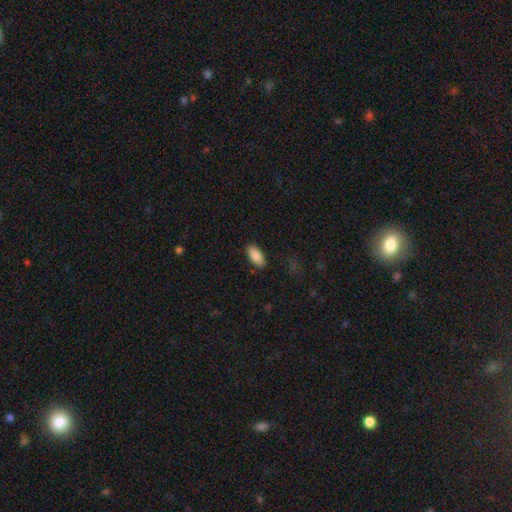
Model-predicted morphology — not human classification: A smooth galaxy with no disk features (89%) that is in between round and cigar-shaped (92%). Merging: none (88%).